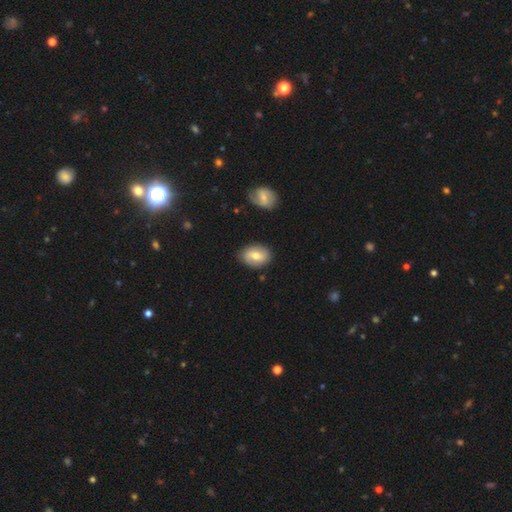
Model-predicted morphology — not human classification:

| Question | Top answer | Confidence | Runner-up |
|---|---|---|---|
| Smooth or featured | smooth | 58% | featured or disk (36%) |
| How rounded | in between | 74% | round (25%) |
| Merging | none | 83% | minor disturbance (12%) |